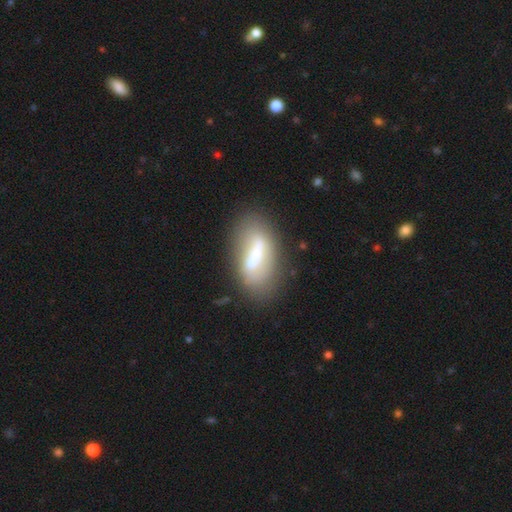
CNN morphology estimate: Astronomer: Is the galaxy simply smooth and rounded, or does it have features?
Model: smooth — 47% (runner-up: featured or disk, 45%).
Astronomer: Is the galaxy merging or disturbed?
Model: none — 65%.